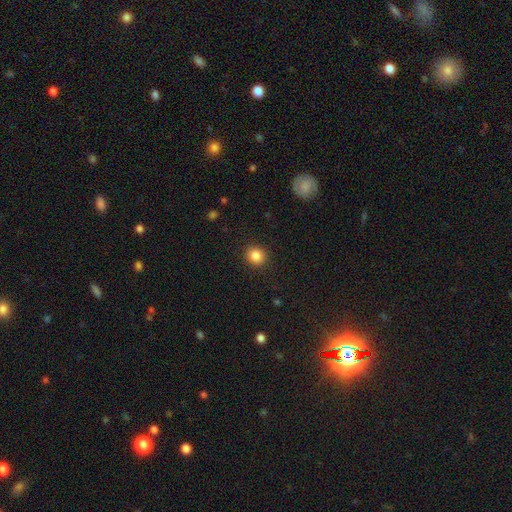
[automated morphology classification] smooth_or_featured: smooth (p=0.85) [alt: star or artifact p=0.10]
how_rounded: round (p=0.84) [alt: in between p=0.15]
merging: none (p=0.90) [alt: minor disturbance p=0.07]